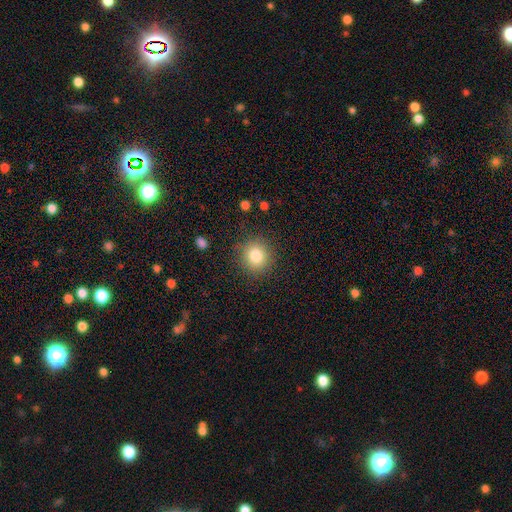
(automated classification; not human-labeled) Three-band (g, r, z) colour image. It shows a smooth galaxy with no disk features (81%) that is round (90%). Merging: none (88%).